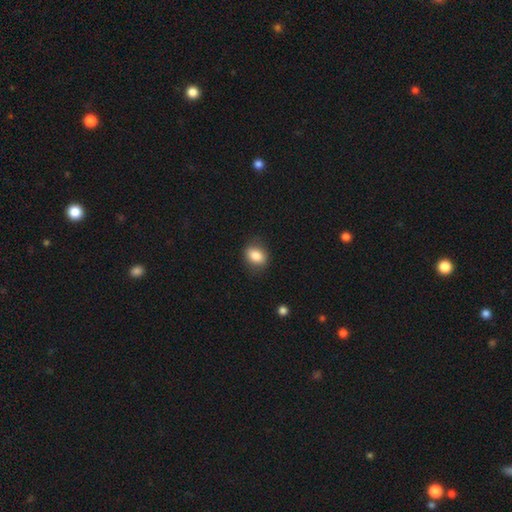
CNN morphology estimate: A smooth galaxy with no disk features (85%) that is in between round and cigar-shaped (65%).

Vote fractions:
- Smooth or featured? smooth: 85% / star or artifact: 9% / featured or disk: 7%
- How rounded? in between: 65% / round: 33% / cigar-shaped: 1%
- Merging? none: 82% / minor disturbance: 13% / major disturbance: 3% / merger: 1%